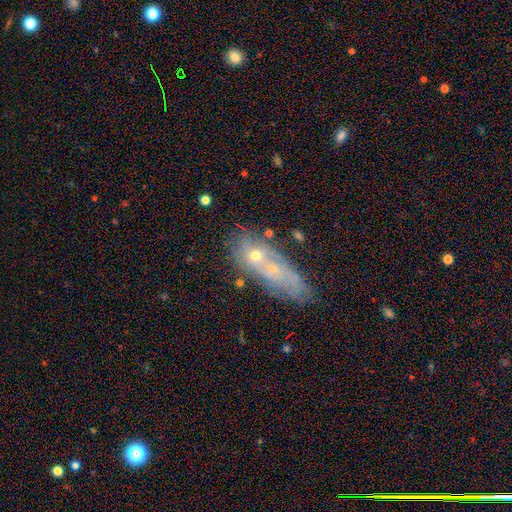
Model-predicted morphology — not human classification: smooth-or-featured: featured or disk: 43% | smooth: 36% | star or artifact: 21%
  merging: none: 64% | minor disturbance: 16% | merger: 12% | major disturbance: 8%